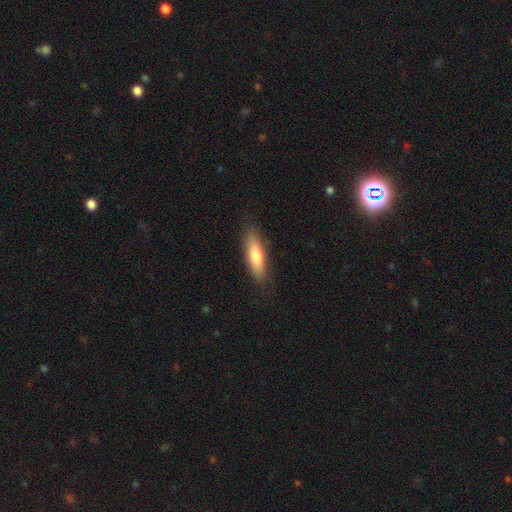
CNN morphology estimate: Overall: smooth (73%). How rounded: cigar-shaped (54%; in between 44%). Merging: none (85%).